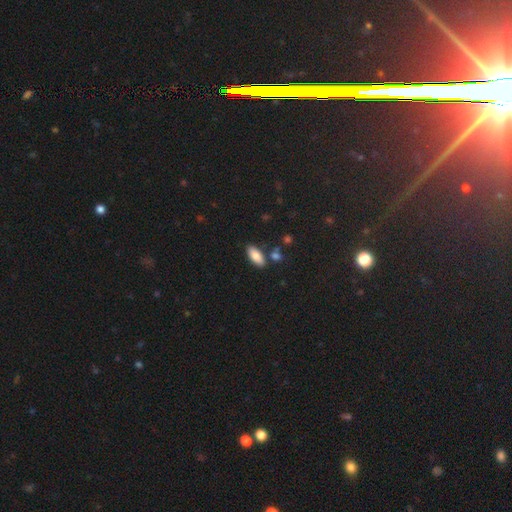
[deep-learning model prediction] Q: Smooth or featured?
A: smooth (84%); runner-up: featured or disk (9%)
Q: How rounded?
A: in between (88%); runner-up: cigar-shaped (10%)
Q: Merging?
A: none (81%); runner-up: minor disturbance (11%)